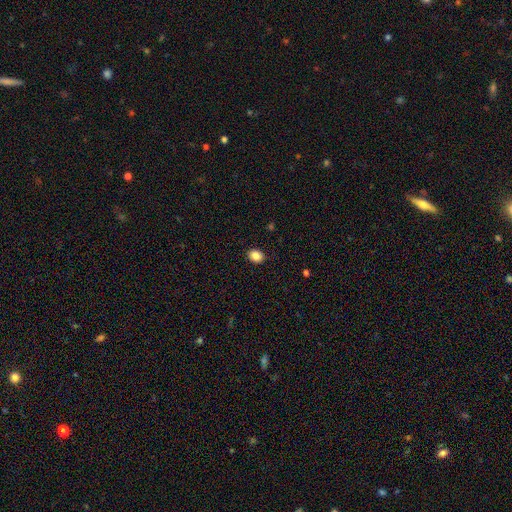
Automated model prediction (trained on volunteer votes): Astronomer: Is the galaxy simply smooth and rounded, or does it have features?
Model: smooth — 86%.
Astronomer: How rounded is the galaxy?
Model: in between — 54% (runner-up: round, 45%).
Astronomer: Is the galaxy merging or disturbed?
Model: none — 90%.